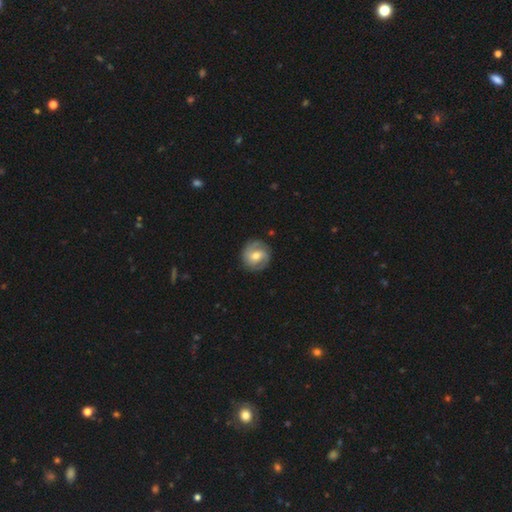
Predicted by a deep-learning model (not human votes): This is likely a featured or disk galaxy (73%). It is clearly not viewed edge-on (98%). Bar: possibly no (46%). Spiral arm pattern: clearly yes (92%). Spiral arm count: likely 2 (67%). Spiral winding: possibly tight (53%). Central bulge: likely moderate (66%). Merging: clearly none (84%).